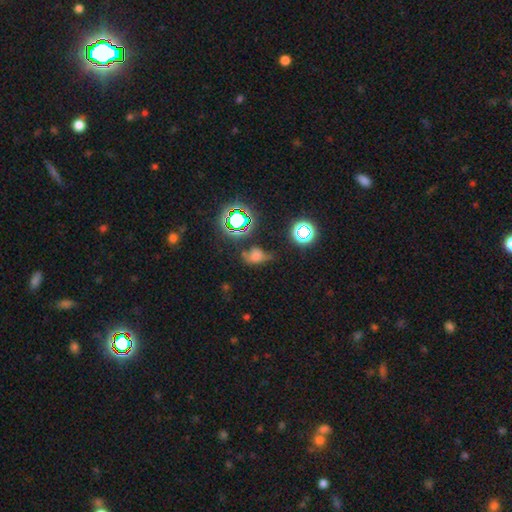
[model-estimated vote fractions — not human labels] smooth-or-featured: smooth: 44% | star or artifact: 40% | featured or disk: 16%
  merging: none: 56% | minor disturbance: 23% | major disturbance: 14% | merger: 7%